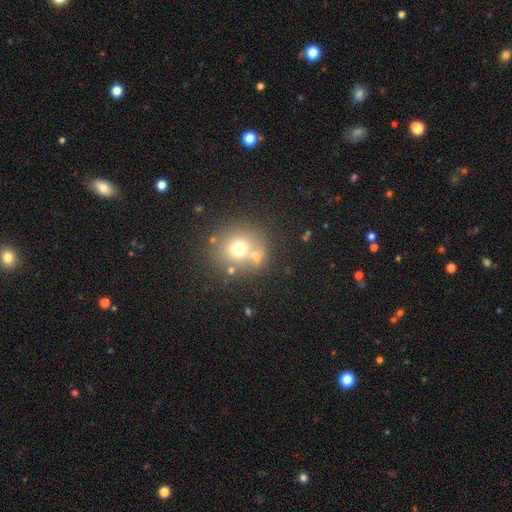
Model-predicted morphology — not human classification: A smooth galaxy with no disk features (66%) that is round (85%). Merging: none (61%).